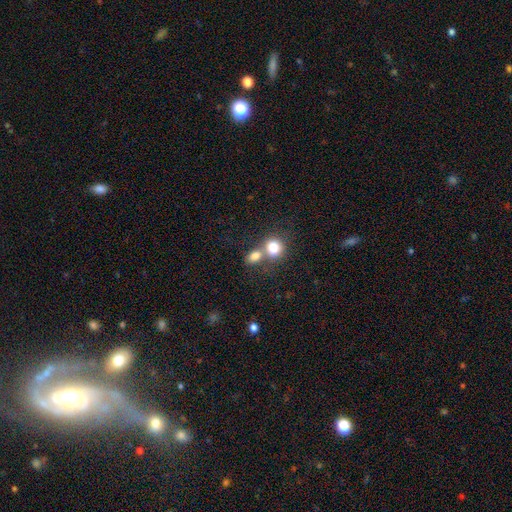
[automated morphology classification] Smooth or featured: smooth — 79% (star or artifact — 11%)
How rounded: in between — 50% (round — 49%)
Merging: merger — 49% (none — 39%)